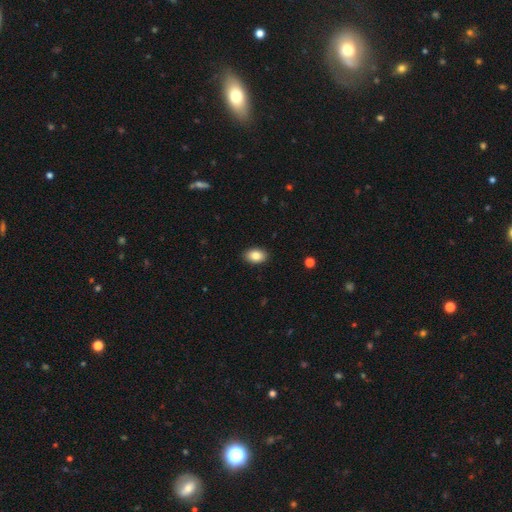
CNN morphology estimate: This is clearly a smooth galaxy (85%). How rounded: clearly in between (87%). Merging: clearly none (89%).